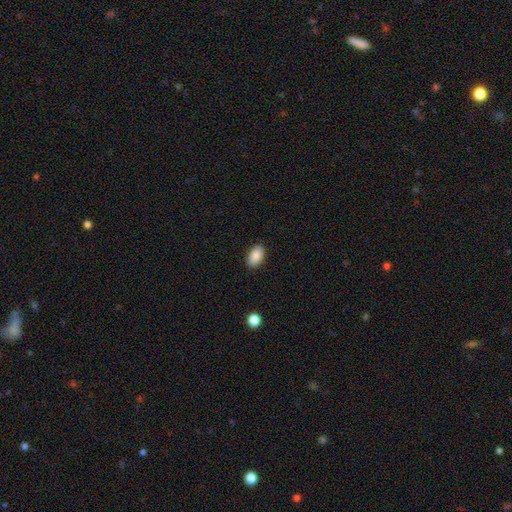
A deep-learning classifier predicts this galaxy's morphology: smooth-or-featured: smooth: 88% | star or artifact: 7% | featured or disk: 4%
  how-rounded: in between: 92% | round: 7% | cigar-shaped: 1%
  merging: none: 89% | minor disturbance: 8% | major disturbance: 2% | merger: 1%